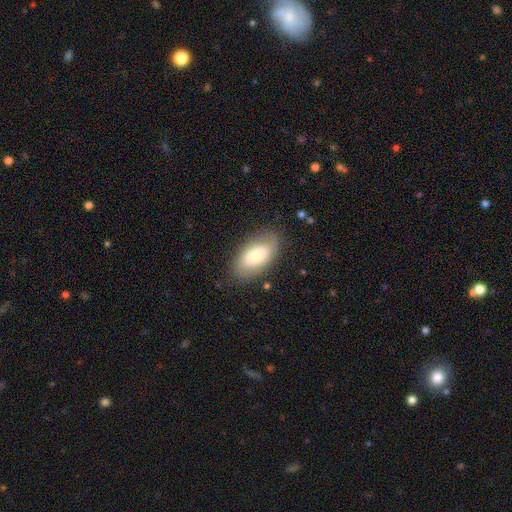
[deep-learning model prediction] Overall: smooth (63%; featured or disk 30%). How rounded: in between (93%). Merging: none (81%).